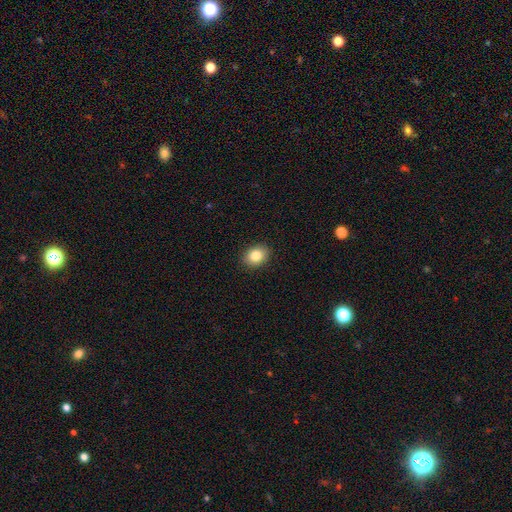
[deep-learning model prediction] smooth 84%, star or artifact 9%, featured or disk 7%. Down the decision tree: how rounded — in between (53%); merging — none (91%).